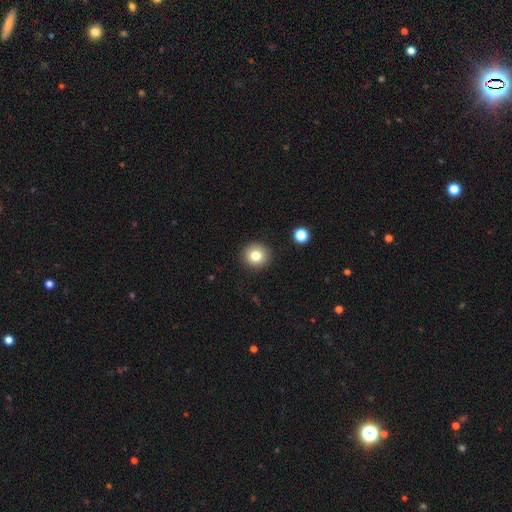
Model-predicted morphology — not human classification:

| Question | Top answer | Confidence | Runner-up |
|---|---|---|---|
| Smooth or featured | smooth | 79% | star or artifact (12%) |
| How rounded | round | 92% | in between (7%) |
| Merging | none | 90% | minor disturbance (6%) |